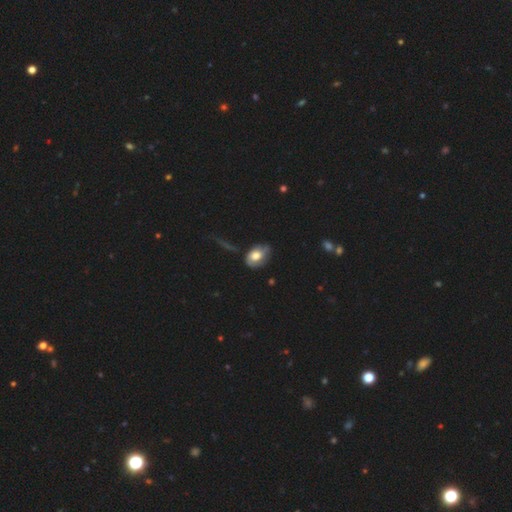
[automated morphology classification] The model was most divided on "smooth or featured": smooth: 56%, featured or disk: 37%, star or artifact: 8%. More confident: how rounded — in between (75%); merging — none (52%).